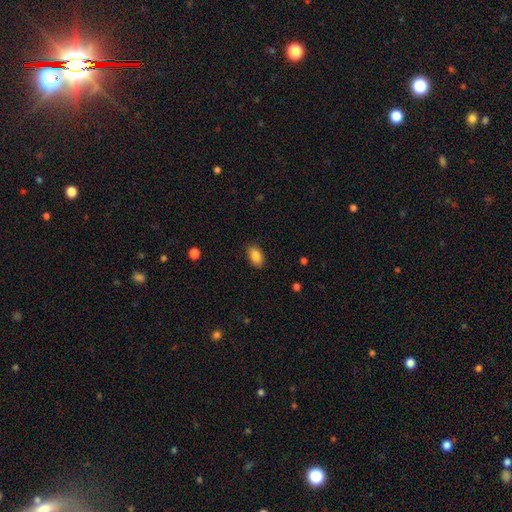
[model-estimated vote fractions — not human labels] Smooth or featured? Predicted: smooth (p=0.87). How rounded? Predicted: in between (p=0.91). Merging? Predicted: none (p=0.85).